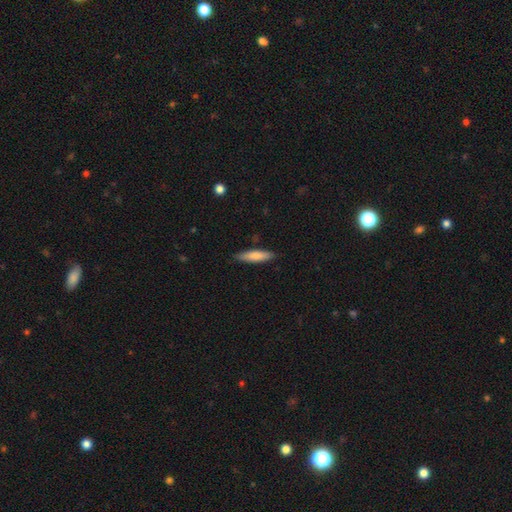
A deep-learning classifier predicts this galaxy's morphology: This appears to be a smooth galaxy with no disk features (78%) that is cigar-shaped (76%). Merging: none (87%).